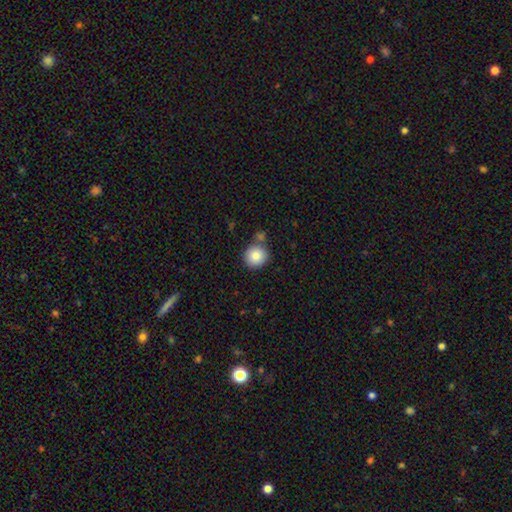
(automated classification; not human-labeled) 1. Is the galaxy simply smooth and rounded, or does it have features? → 84% smooth, 9% star or artifact, 7% featured or disk.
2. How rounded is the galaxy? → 93% round, 7% in between, 1% cigar-shaped.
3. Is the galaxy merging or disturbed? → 73% none, 14% merger, 10% minor disturbance, 3% major disturbance.